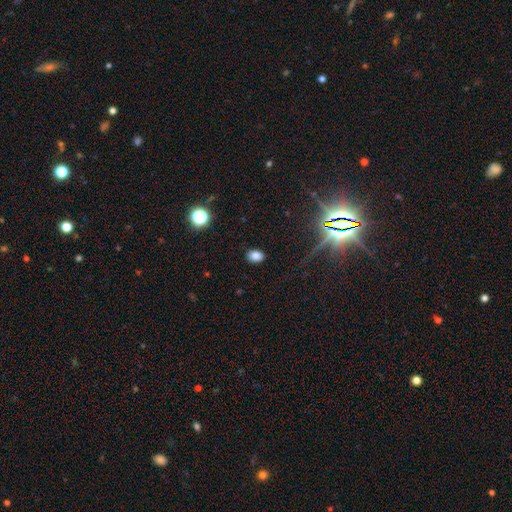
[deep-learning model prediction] Overall: smooth (80%). How rounded: in between (76%). Merging: none (88%).